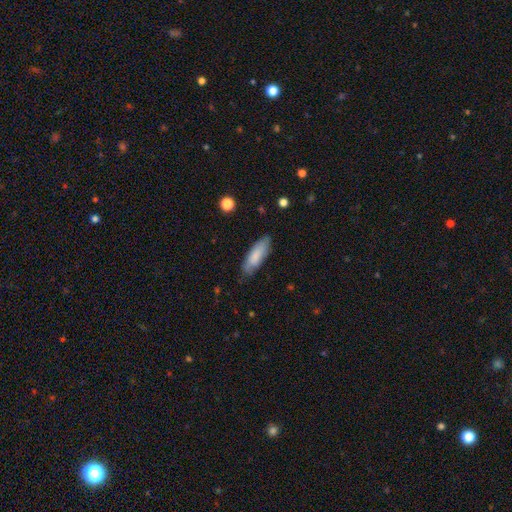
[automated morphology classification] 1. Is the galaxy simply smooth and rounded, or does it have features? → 81% smooth, 13% featured or disk, 6% star or artifact.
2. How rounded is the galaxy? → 57% in between, 41% cigar-shaped, 1% round.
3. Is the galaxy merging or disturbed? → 79% none, 17% minor disturbance, 3% major disturbance, 1% merger.